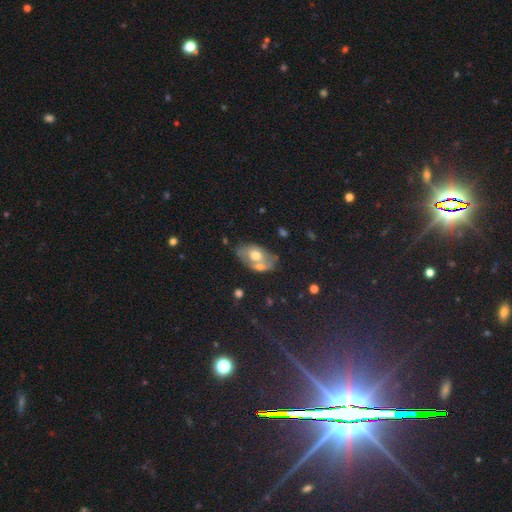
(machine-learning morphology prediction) Smooth or featured?
  - smooth: 50% *
  - featured or disk: 42%
  - star or artifact: 8%
Merging?
  - merger: 39% *
  - none: 33%
  - minor disturbance: 19%
  - major disturbance: 9%